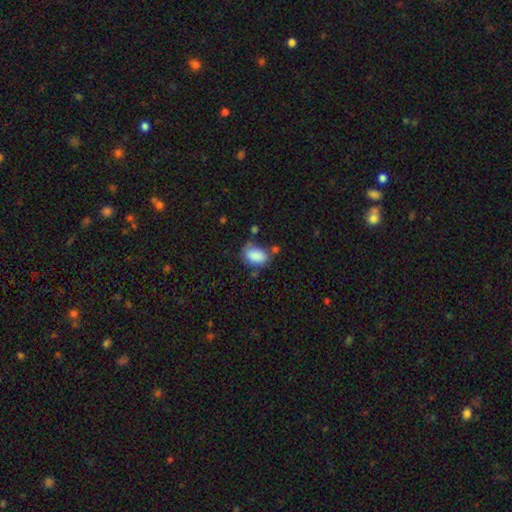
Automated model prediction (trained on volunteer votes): A smooth galaxy with no disk features (86%) that is in between round and cigar-shaped (87%).

Vote fractions:
- Smooth or featured? smooth: 86% / star or artifact: 8% / featured or disk: 6%
- How rounded? in between: 87% / round: 11% / cigar-shaped: 1%
- Merging? none: 55% / minor disturbance: 26% / merger: 10% / major disturbance: 9%